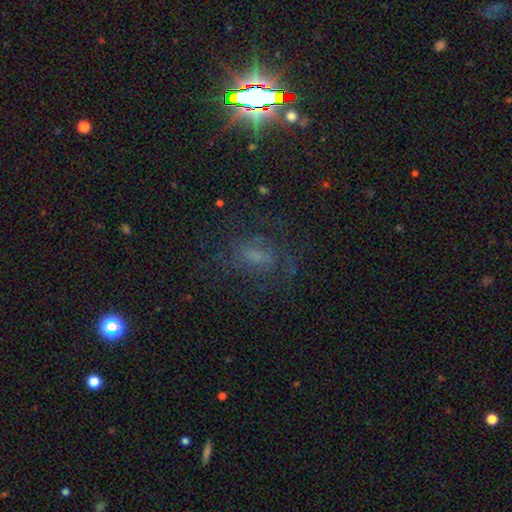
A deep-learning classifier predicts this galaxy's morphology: This is marginally a featured or disk galaxy (41%). Merging: likely none (61%).